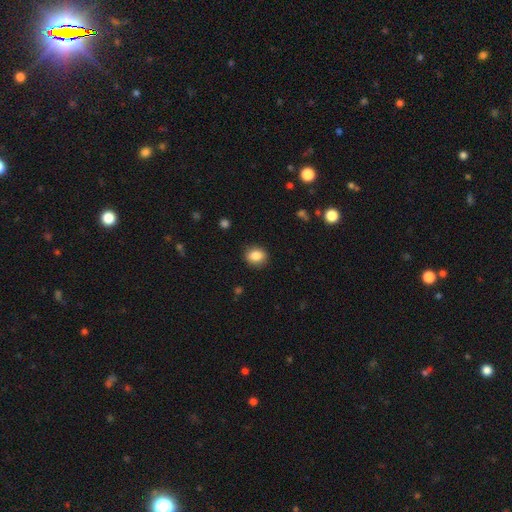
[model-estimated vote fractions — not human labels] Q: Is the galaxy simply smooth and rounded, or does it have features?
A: smooth — 85%.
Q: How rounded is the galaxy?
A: round — 64%.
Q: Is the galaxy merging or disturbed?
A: none — 89%.